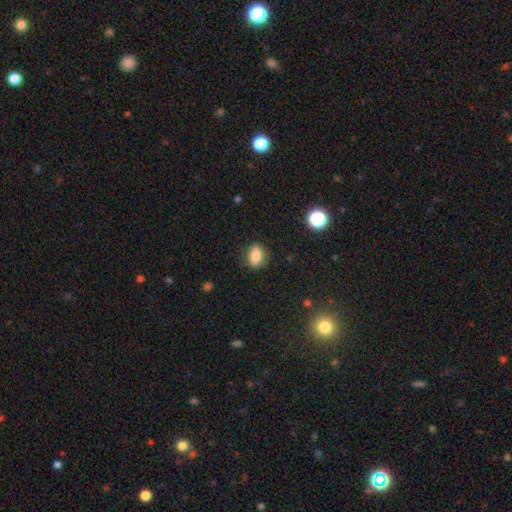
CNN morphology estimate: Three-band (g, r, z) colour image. It shows a smooth galaxy with no disk features (81%) that is in between round and cigar-shaped (72%). Merging: none (81%).